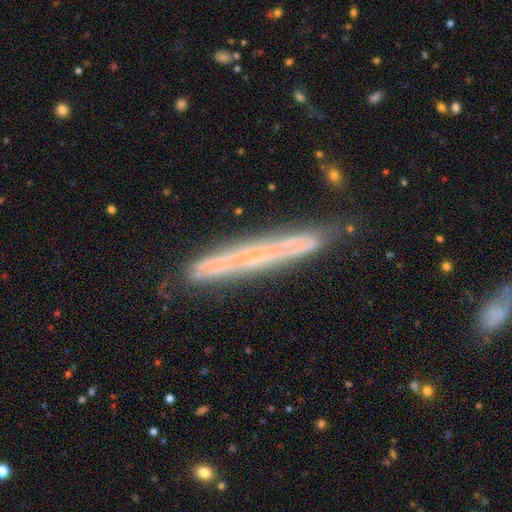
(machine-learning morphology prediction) Smooth or featured: featured or disk — 60% (smooth — 30%)
Edge-on disk: yes — 75% (no — 25%)
Merging: none — 80% (minor disturbance — 15%)